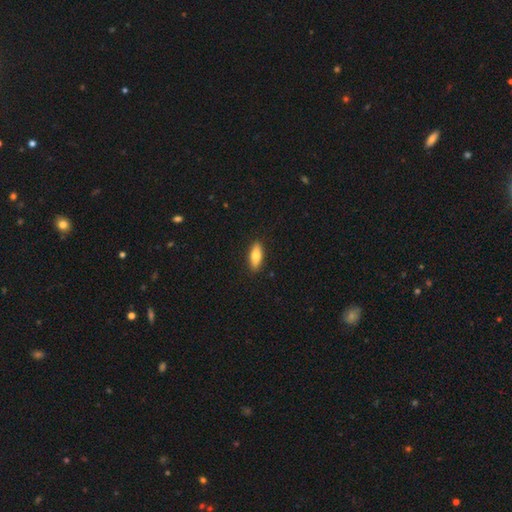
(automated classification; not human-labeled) The model was most divided on "how rounded": in between: 68%, cigar-shaped: 29%, round: 3%. More confident: merging — none (90%); smooth or featured — smooth (76%).